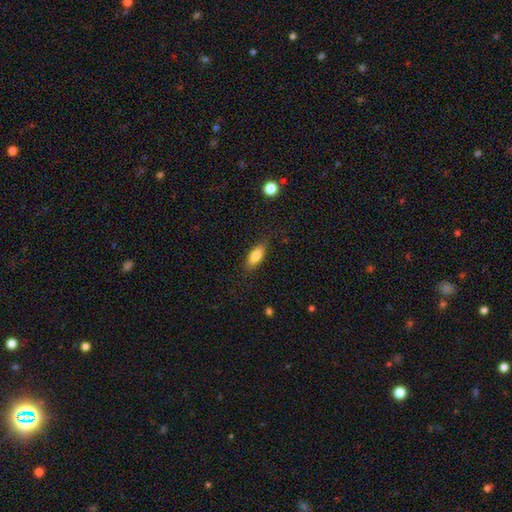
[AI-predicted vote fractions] Smooth or featured? Predicted: smooth (p=0.80). How rounded? Predicted: in between (p=0.72). Merging? Predicted: none (p=0.84).